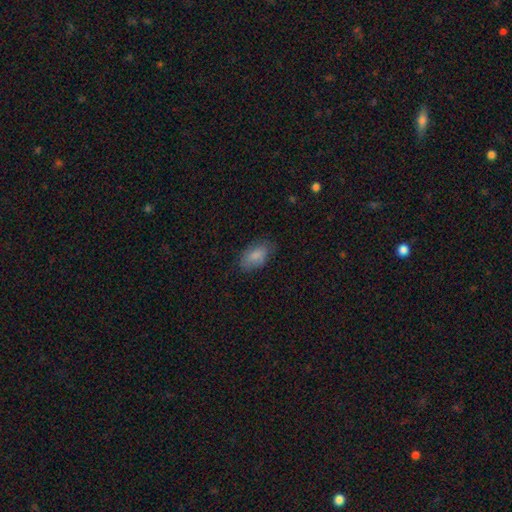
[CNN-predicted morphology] Overall: smooth (84%). How rounded: in between (92%). Merging: none (74%).